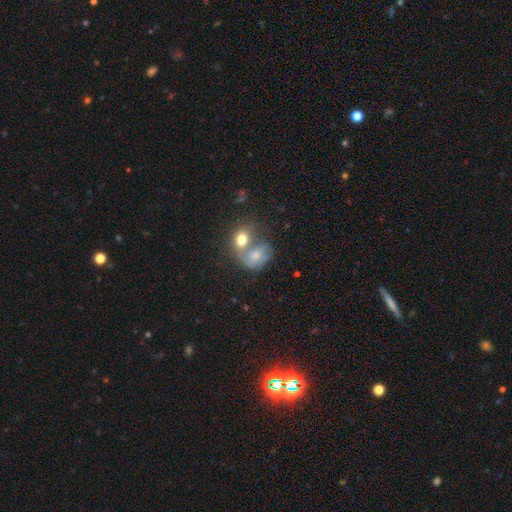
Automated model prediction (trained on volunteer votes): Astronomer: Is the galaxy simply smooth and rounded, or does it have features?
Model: smooth — 46% (runner-up: featured or disk, 44%).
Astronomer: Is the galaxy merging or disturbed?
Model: merger — 62%.